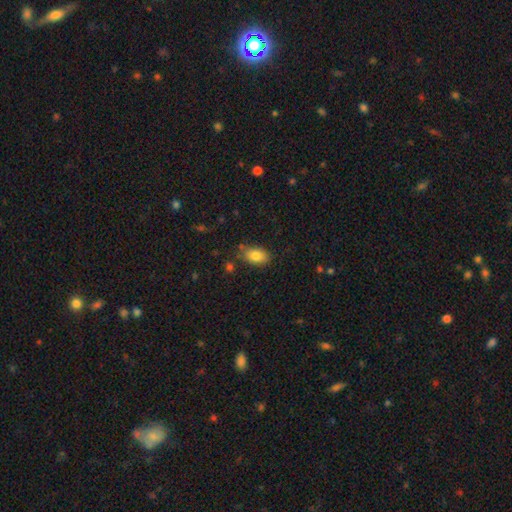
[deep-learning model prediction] smooth 82%, featured or disk 9%, star or artifact 8%. Down the decision tree: how rounded — in between (90%); merging — none (78%).